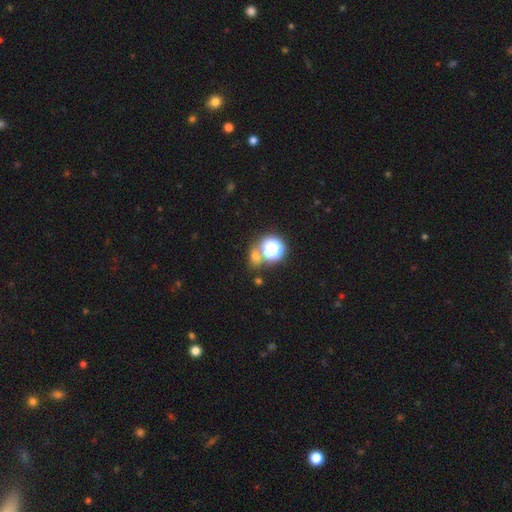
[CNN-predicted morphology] Q: Smooth or featured?
A: smooth (56%); runner-up: star or artifact (36%)
Q: How rounded?
A: round (64%); runner-up: in between (34%)
Q: Merging?
A: none (63%); runner-up: merger (21%)